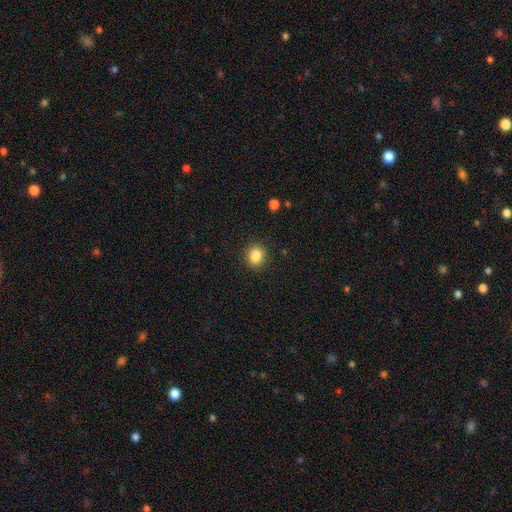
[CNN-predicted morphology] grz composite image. It shows a smooth galaxy with no disk features (86%) that is round (69%). Merging: none (89%).